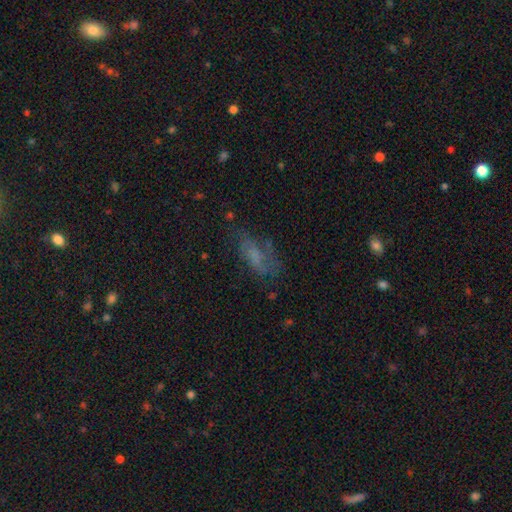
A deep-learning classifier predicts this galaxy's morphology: The model was most divided on "smooth or featured": smooth: 44%, featured or disk: 38%, star or artifact: 18%. More confident: merging — none (51%).